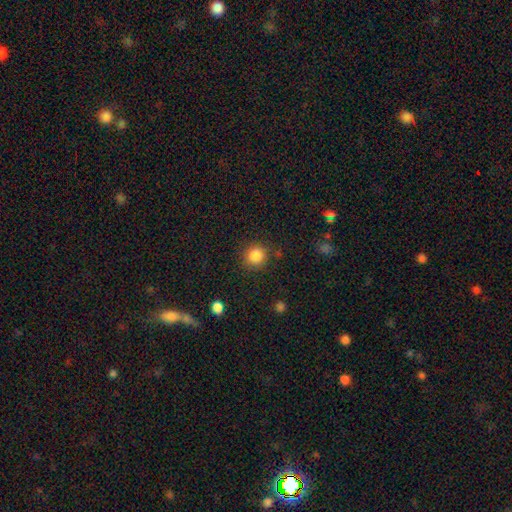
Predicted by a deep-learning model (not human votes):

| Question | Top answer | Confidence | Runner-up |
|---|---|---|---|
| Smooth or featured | smooth | 85% | star or artifact (11%) |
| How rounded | round | 90% | in between (9%) |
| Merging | none | 85% | minor disturbance (9%) |